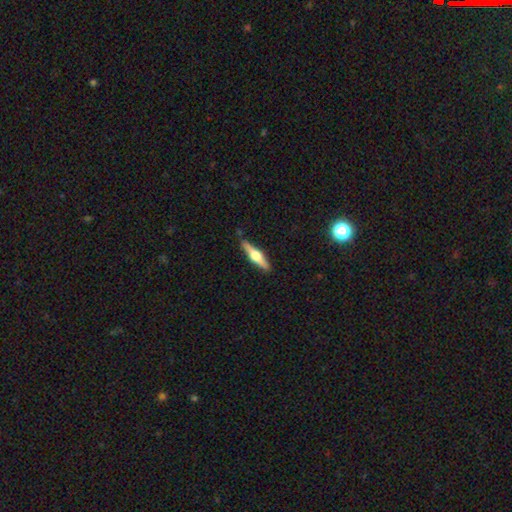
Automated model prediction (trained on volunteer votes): Smooth or featured?
  - featured or disk: 67% *
  - smooth: 28%
  - star or artifact: 5%
Edge-on disk?
  - yes: 97% *
  - no: 3%
Edge-on bulge?
  - rounded: 94% *
  - boxy: 5%
  - none: 2%
Merging?
  - none: 88% *
  - minor disturbance: 8%
  - major disturbance: 2%
  - merger: 1%